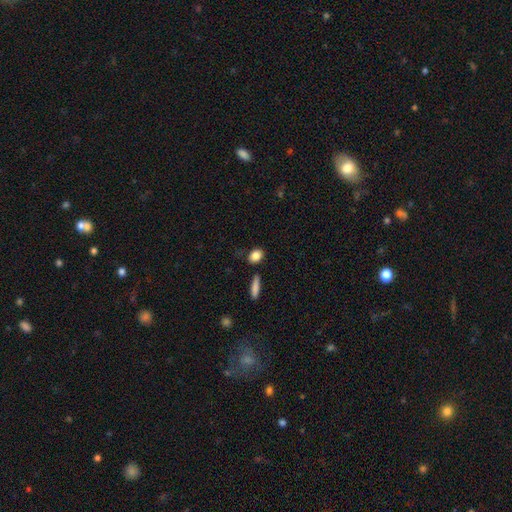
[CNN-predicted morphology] Q: Smooth or featured?
A: smooth (86%); runner-up: star or artifact (8%)
Q: How rounded?
A: in between (64%); runner-up: round (32%)
Q: Merging?
A: none (76%); runner-up: minor disturbance (15%)